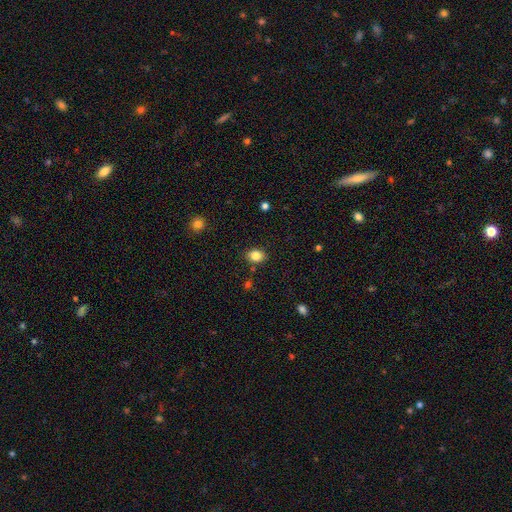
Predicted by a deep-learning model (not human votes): Smooth or featured? Predicted: smooth (p=0.84). How rounded? Predicted: in between (p=0.68). Merging? Predicted: none (p=0.85).